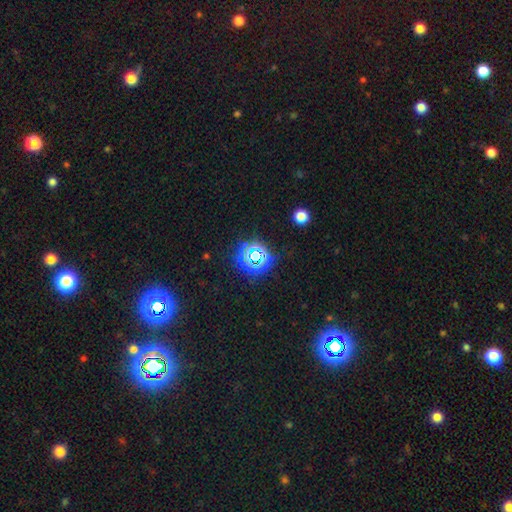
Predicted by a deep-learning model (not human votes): Smooth or featured? smooth (48%)
Merging? none (87%)